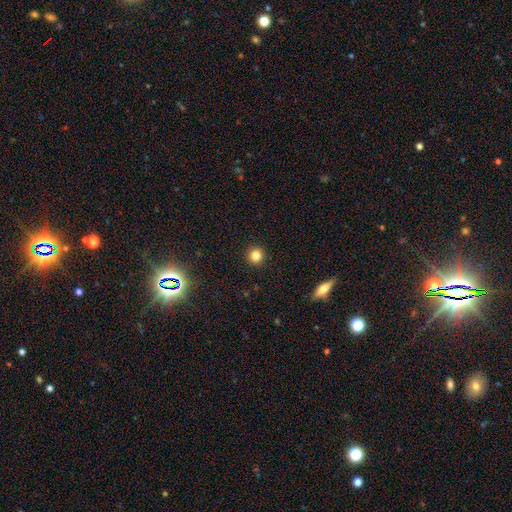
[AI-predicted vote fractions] Smooth or featured? Predicted: smooth (p=0.83). How rounded? Predicted: round (p=0.94). Merging? Predicted: none (p=0.93).